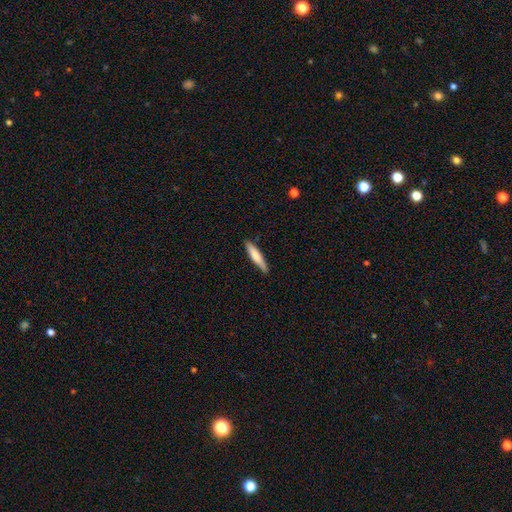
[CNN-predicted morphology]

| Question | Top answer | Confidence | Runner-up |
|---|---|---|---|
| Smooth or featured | smooth | 72% | featured or disk (23%) |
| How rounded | cigar-shaped | 88% | in between (11%) |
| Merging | none | 86% | minor disturbance (11%) |